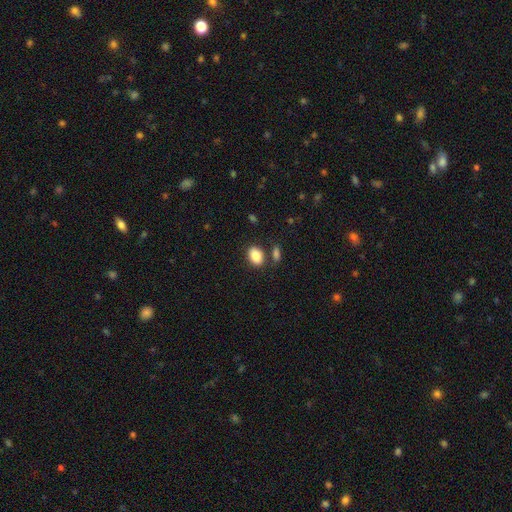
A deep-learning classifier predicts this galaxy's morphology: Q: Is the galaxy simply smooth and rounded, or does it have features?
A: smooth — 87%.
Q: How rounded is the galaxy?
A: in between — 81%.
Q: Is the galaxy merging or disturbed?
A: none — 75%.